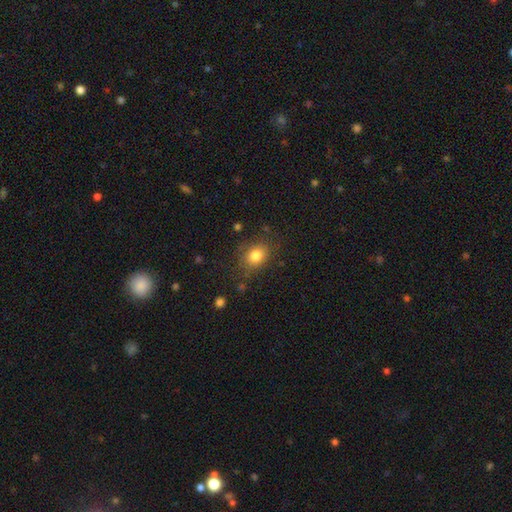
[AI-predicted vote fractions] Smooth or featured: smooth — 81% (star or artifact — 11%)
How rounded: in between — 51% (round — 48%)
Merging: none — 78% (minor disturbance — 15%)